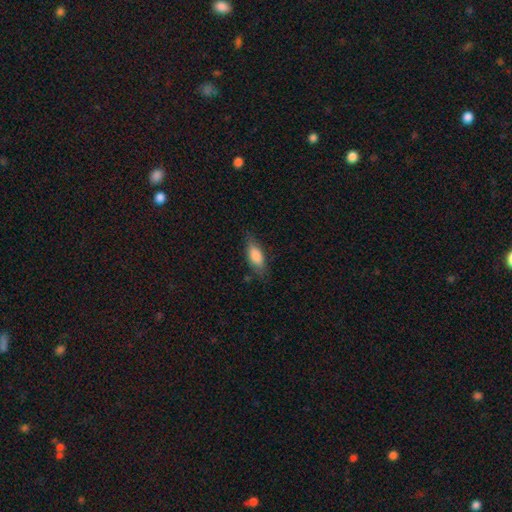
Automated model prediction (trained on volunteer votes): A smooth galaxy with no disk features (80%) that is in between round and cigar-shaped (76%). Merging: none (75%).